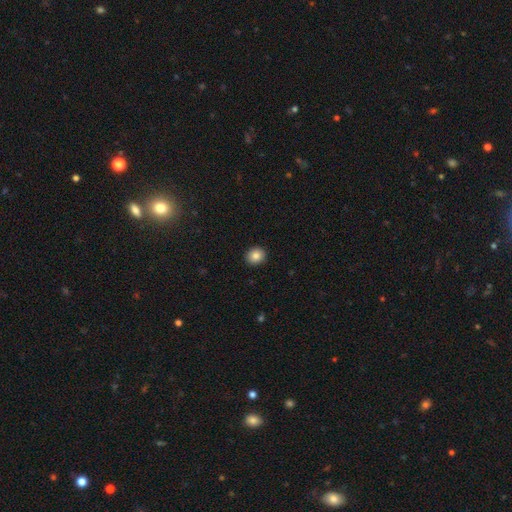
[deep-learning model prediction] Overall: smooth (85%). How rounded: round (75%). Merging: none (92%).